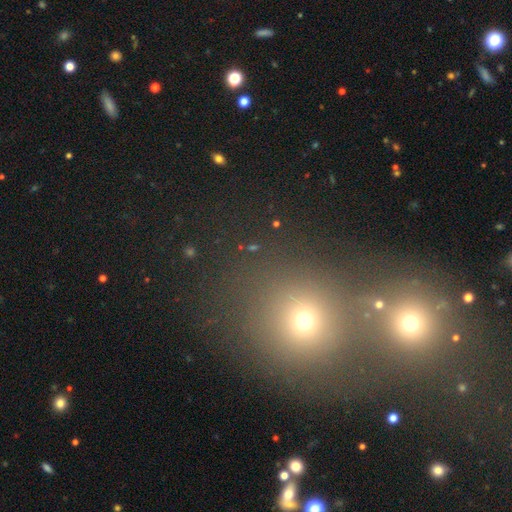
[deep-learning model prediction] A smooth galaxy with no disk features (47%).

Vote fractions:
- Smooth or featured? smooth: 47% / star or artifact: 44% / featured or disk: 9%
- Merging? none: 52% / merger: 37% / minor disturbance: 7% / major disturbance: 4%